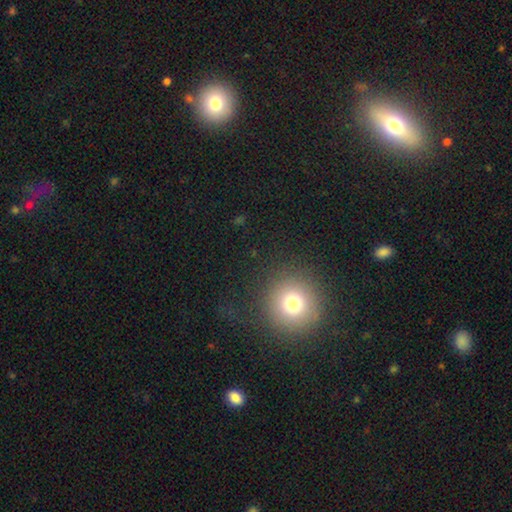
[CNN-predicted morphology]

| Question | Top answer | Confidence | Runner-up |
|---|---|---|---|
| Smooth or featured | smooth | 61% | star or artifact (28%) |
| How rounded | round | 92% | in between (7%) |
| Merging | none | 90% | minor disturbance (6%) |